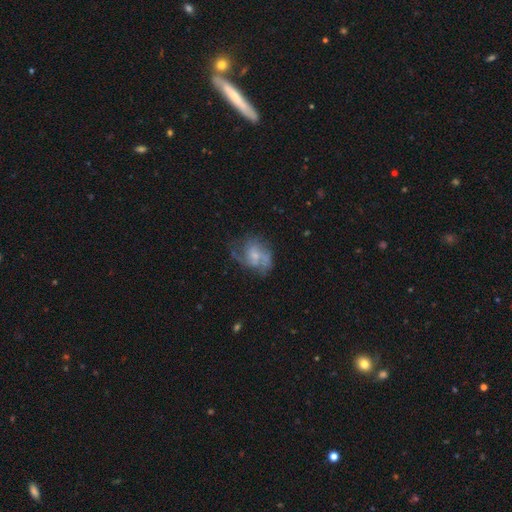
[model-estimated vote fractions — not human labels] Q: Smooth or featured?
A: featured or disk (66%); runner-up: smooth (25%)
Q: Edge-on disk?
A: no (98%); runner-up: yes (2%)
Q: Bar?
A: no (65%); runner-up: weak (31%)
Q: Spiral arms?
A: yes (80%); runner-up: no (20%)
Q: Spiral winding?
A: medium (46%); runner-up: loose (33%)
Q: Spiral arm count?
A: 2 (36%); runner-up: can't tell (27%)
Q: Bulge size?
A: small (57%); runner-up: moderate (27%)
Q: Merging?
A: none (49%); runner-up: minor disturbance (24%)